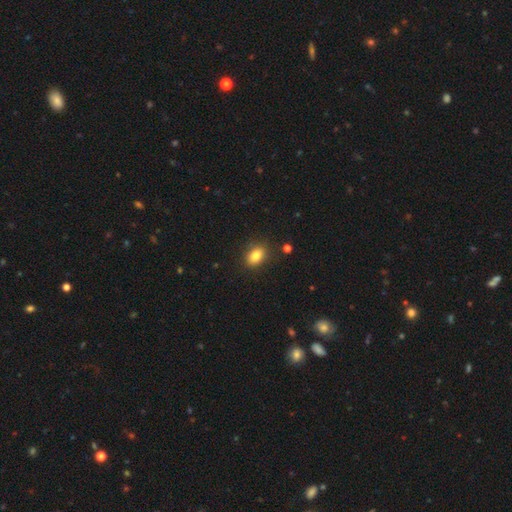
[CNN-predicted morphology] Smooth or featured?
  - smooth: 84% *
  - star or artifact: 9%
  - featured or disk: 7%
How rounded?
  - in between: 83% *
  - round: 15%
  - cigar-shaped: 2%
Merging?
  - none: 87% *
  - minor disturbance: 9%
  - major disturbance: 2%
  - merger: 2%